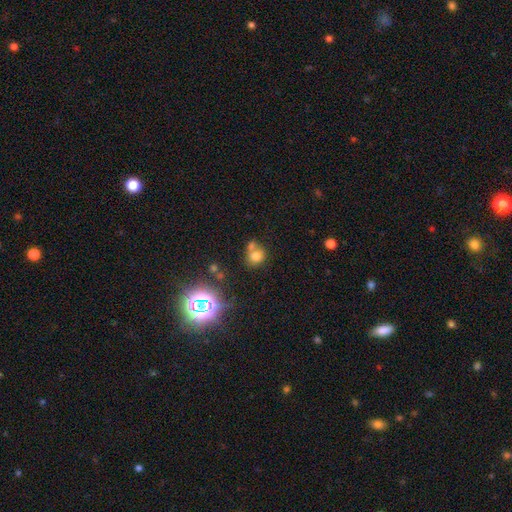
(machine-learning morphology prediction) Smooth or featured? smooth (70%)
How rounded? round (72%)
Merging? none (46%)